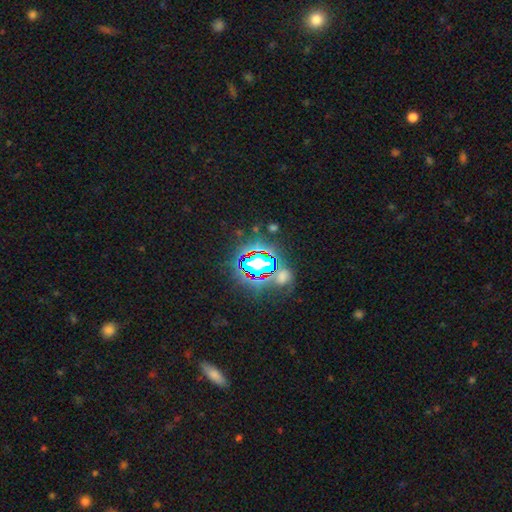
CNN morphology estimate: Smooth or featured?
  - star or artifact: 81% *
  - smooth: 11%
  - featured or disk: 8%